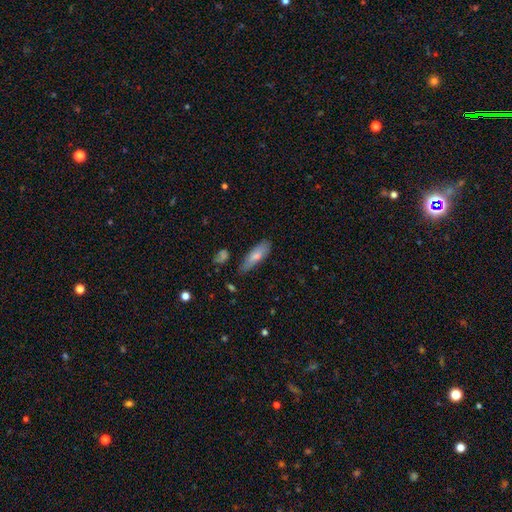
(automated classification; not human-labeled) The model was most divided on "how rounded": in between: 54%, cigar-shaped: 44%, round: 2%. More confident: smooth or featured — smooth (73%); merging — none (71%).